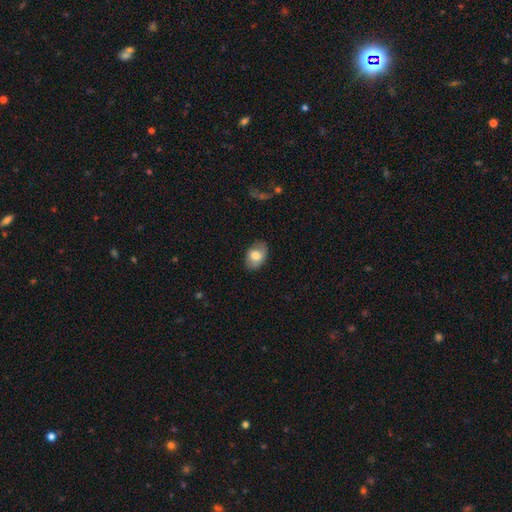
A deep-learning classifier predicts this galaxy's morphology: smooth_or_featured: smooth (p=0.74) [alt: featured or disk p=0.19]
how_rounded: in between (p=0.82) [alt: round p=0.16]
merging: none (p=0.79) [alt: minor disturbance p=0.16]